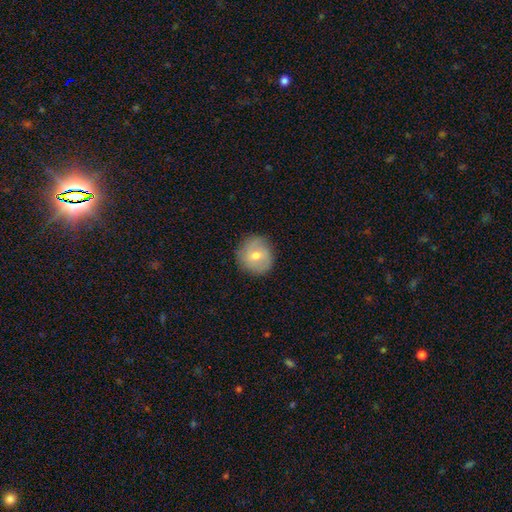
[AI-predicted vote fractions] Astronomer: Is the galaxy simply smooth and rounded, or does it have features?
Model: smooth — 61%.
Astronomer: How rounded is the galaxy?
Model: round — 89%.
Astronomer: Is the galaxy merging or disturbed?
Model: none — 84%.